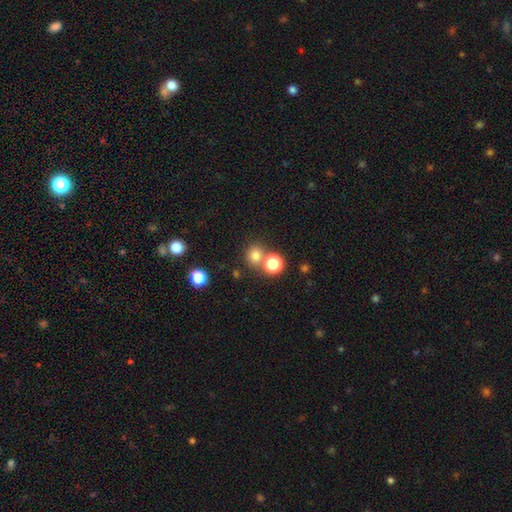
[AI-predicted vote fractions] Smooth or featured? smooth (77%)
How rounded? round (85%)
Merging? none (62%)